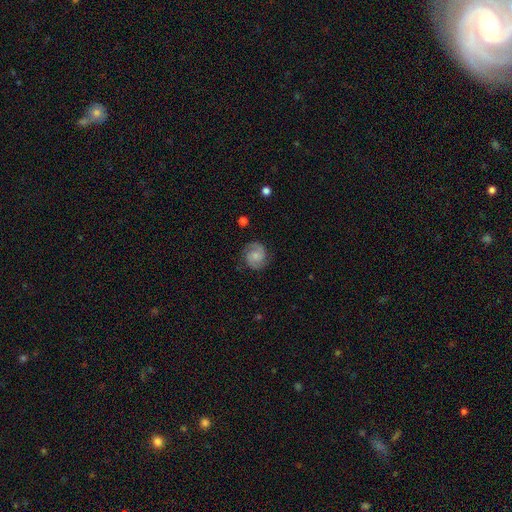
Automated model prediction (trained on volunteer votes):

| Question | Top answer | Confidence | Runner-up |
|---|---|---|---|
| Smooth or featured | featured or disk | 67% | smooth (25%) |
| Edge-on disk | no | 98% | yes (2%) |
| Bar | no | 65% | weak (30%) |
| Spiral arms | yes | 95% | no (5%) |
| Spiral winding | tight | 44% | medium (43%) |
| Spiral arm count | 2 | 85% | can't tell (7%) |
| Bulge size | small | 50% | moderate (28%) |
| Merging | none | 81% | minor disturbance (13%) |